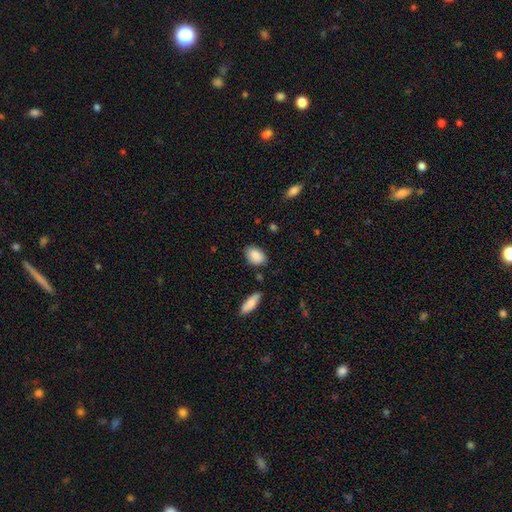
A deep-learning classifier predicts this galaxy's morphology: Smooth or featured: smooth — 87% (star or artifact — 7%)
How rounded: in between — 81% (round — 17%)
Merging: none — 80% (minor disturbance — 14%)